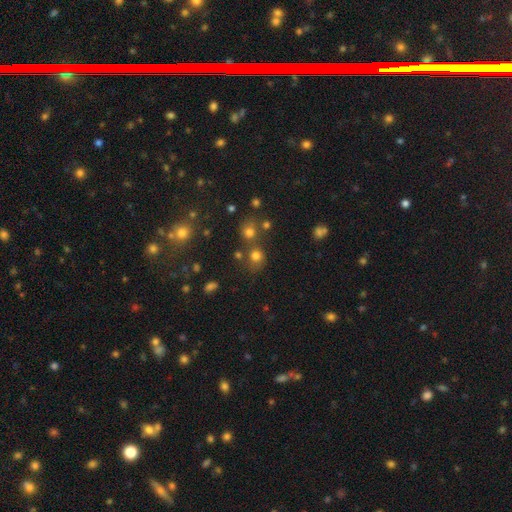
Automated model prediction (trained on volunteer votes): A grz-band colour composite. It shows a smooth galaxy with no disk features (72%) that is round (83%). Merging: none (61%).